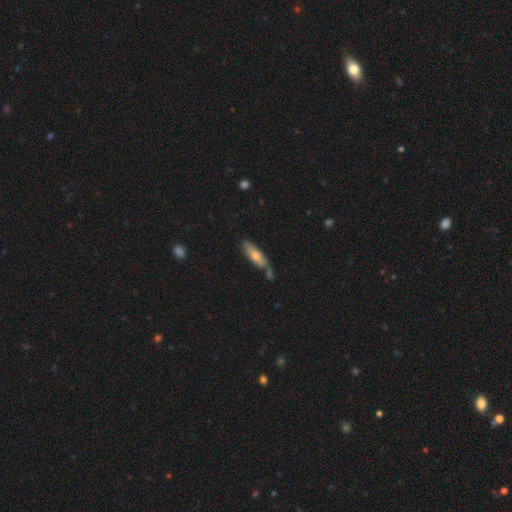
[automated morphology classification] smooth_or_featured: smooth (p=0.63) [alt: featured or disk p=0.31]
how_rounded: cigar-shaped (p=0.53) [alt: in between p=0.45]
merging: none (p=0.57) [alt: minor disturbance p=0.20]